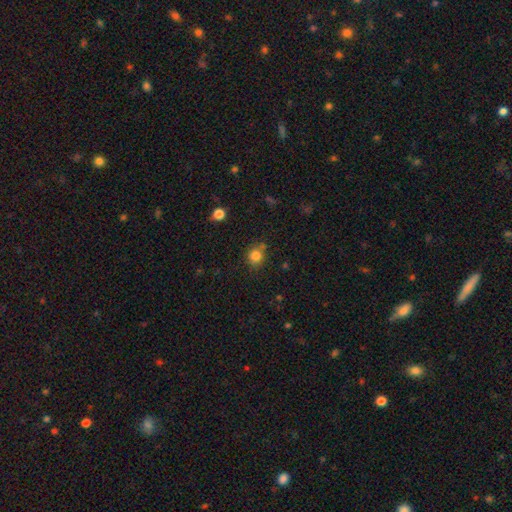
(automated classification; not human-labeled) Smooth or featured? Predicted: smooth (p=0.82). How rounded? Predicted: round (p=0.86). Merging? Predicted: none (p=0.73).